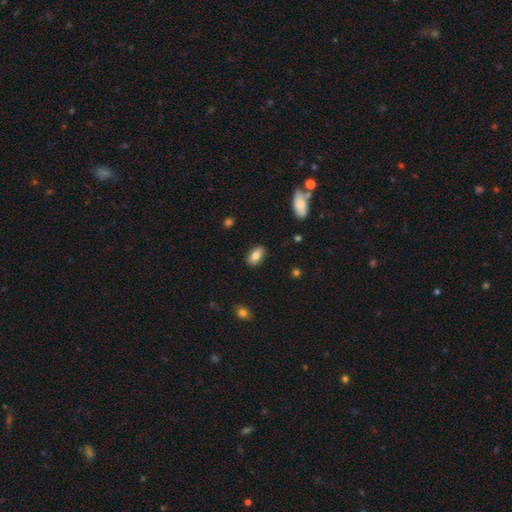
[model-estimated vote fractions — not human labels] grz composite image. It shows a smooth galaxy with no disk features (78%) that is in between round and cigar-shaped (90%). Merging: none (85%).